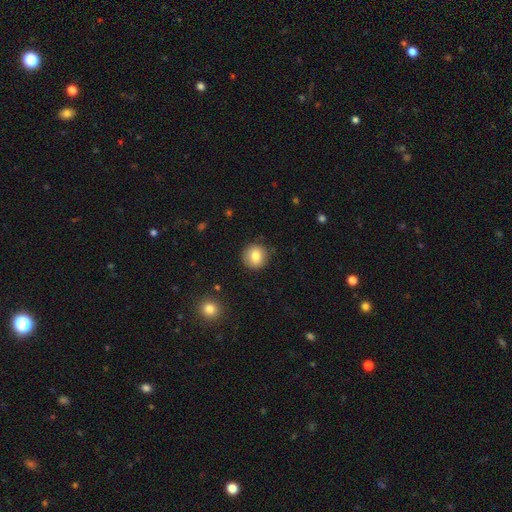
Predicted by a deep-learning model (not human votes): Smooth or featured? Predicted: smooth (p=0.80). How rounded? Predicted: round (p=0.92). Merging? Predicted: none (p=0.87).